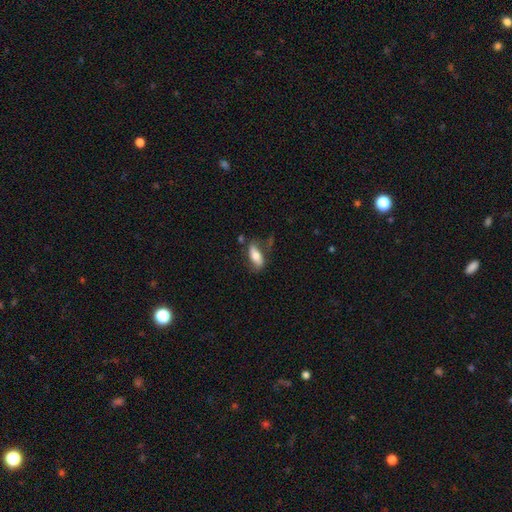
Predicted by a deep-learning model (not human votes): smooth_or_featured: smooth (p=0.65) [alt: featured or disk p=0.28]
how_rounded: in between (p=0.74) [alt: cigar-shaped p=0.24]
merging: none (p=0.60) [alt: minor disturbance p=0.24]